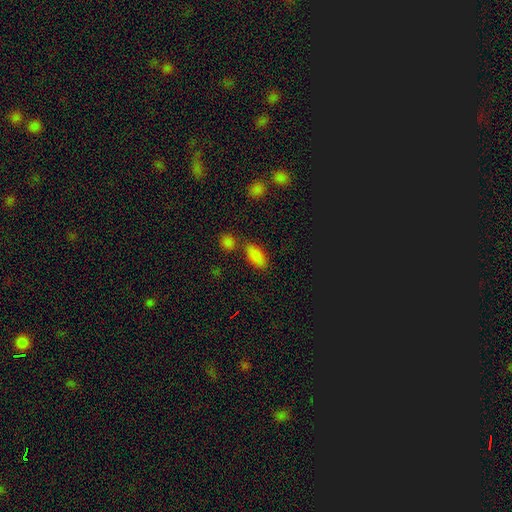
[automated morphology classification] Overall: smooth (84%). How rounded: in between (88%). Merging: none (67%).